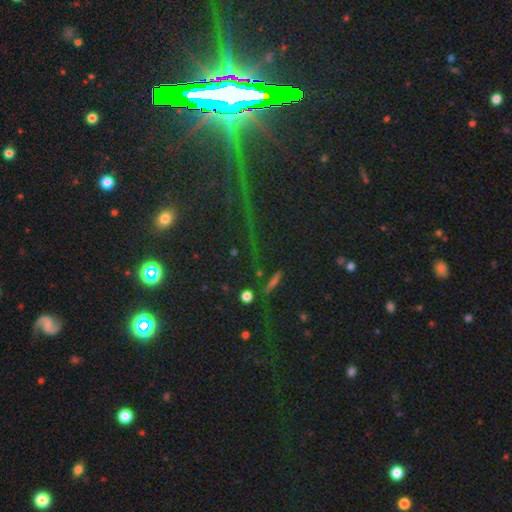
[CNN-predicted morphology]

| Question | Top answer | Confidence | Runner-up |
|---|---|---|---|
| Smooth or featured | star or artifact | 78% | featured or disk (13%) |